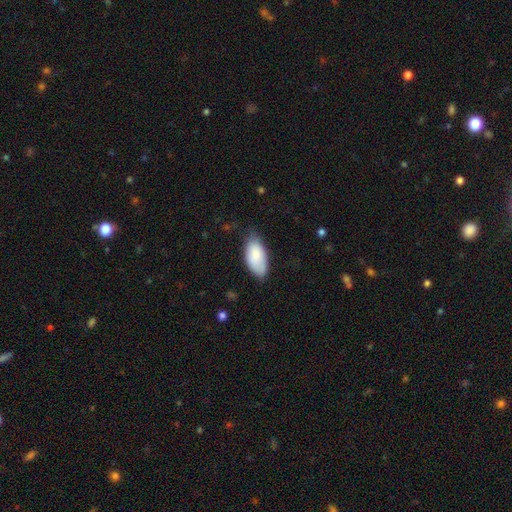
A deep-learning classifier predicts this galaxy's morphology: Overall: smooth (84%). How rounded: in between (94%). Merging: none (64%; minor disturbance 29%).